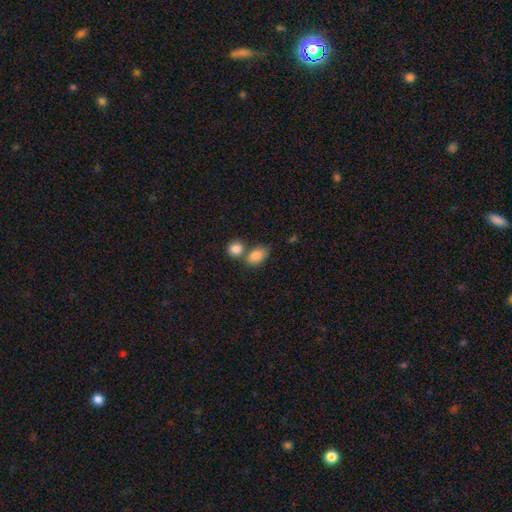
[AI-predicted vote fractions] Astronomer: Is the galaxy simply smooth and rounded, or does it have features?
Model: smooth — 85%.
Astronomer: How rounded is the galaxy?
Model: in between — 81%.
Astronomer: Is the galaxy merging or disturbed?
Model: none — 46% (runner-up: merger, 39%).